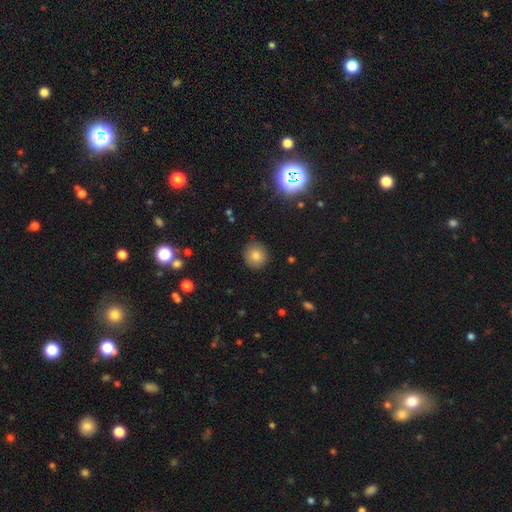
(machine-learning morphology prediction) Smooth or featured?
  - smooth: 82% *
  - star or artifact: 12%
  - featured or disk: 7%
How rounded?
  - round: 92% *
  - in between: 7%
  - cigar-shaped: 1%
Merging?
  - none: 88% *
  - minor disturbance: 8%
  - major disturbance: 2%
  - merger: 1%